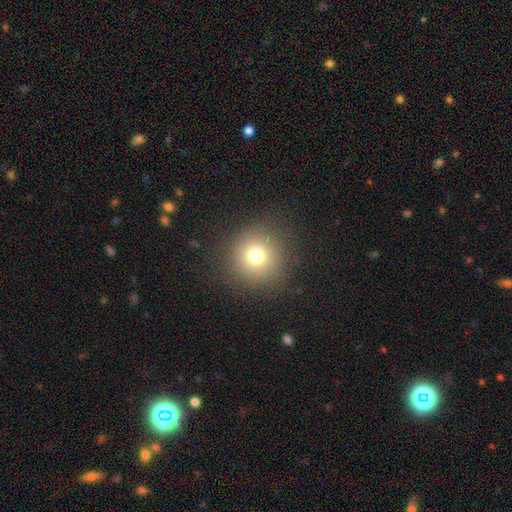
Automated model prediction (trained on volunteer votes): smooth-or-featured: smooth: 74% | star or artifact: 17% | featured or disk: 10%
  how-rounded: round: 95% | in between: 4% | cigar-shaped: 1%
  merging: none: 89% | minor disturbance: 6% | major disturbance: 4% | merger: 1%